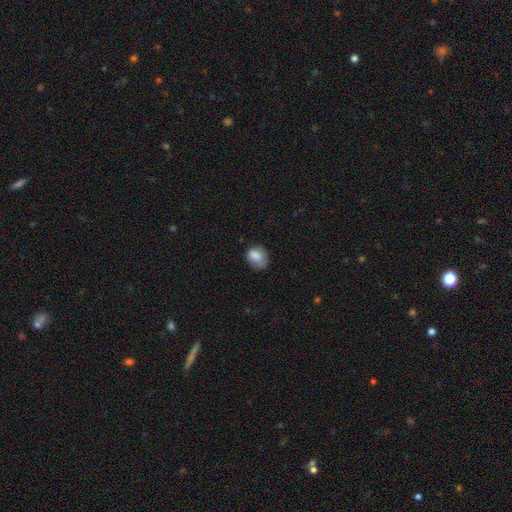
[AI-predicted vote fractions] A smooth galaxy with no disk features (81%) that is round (53%).

Vote fractions:
- Smooth or featured? smooth: 81% / featured or disk: 11% / star or artifact: 9%
- How rounded? round: 53% / in between: 46% / cigar-shaped: 1%
- Merging? none: 54% / minor disturbance: 32% / major disturbance: 12% / merger: 2%